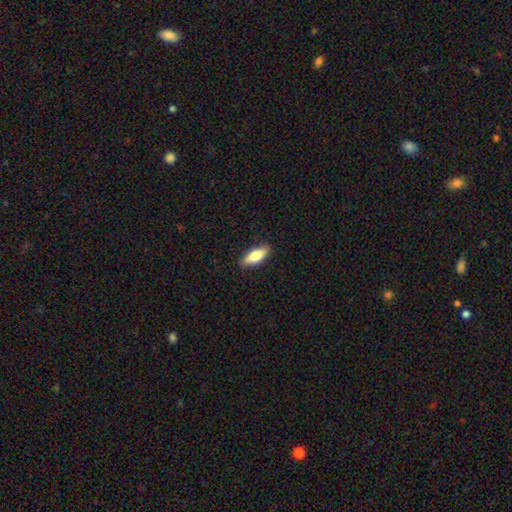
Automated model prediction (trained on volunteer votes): Q: Smooth or featured?
A: smooth (69%); runner-up: featured or disk (25%)
Q: How rounded?
A: in between (67%); runner-up: cigar-shaped (31%)
Q: Merging?
A: none (87%); runner-up: minor disturbance (10%)